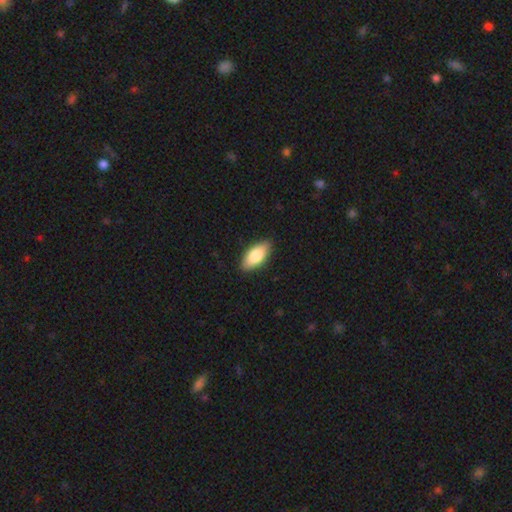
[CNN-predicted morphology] Smooth or featured?
  - smooth: 81% *
  - featured or disk: 13%
  - star or artifact: 6%
How rounded?
  - in between: 88% *
  - cigar-shaped: 9%
  - round: 2%
Merging?
  - none: 87% *
  - minor disturbance: 10%
  - major disturbance: 2%
  - merger: 1%